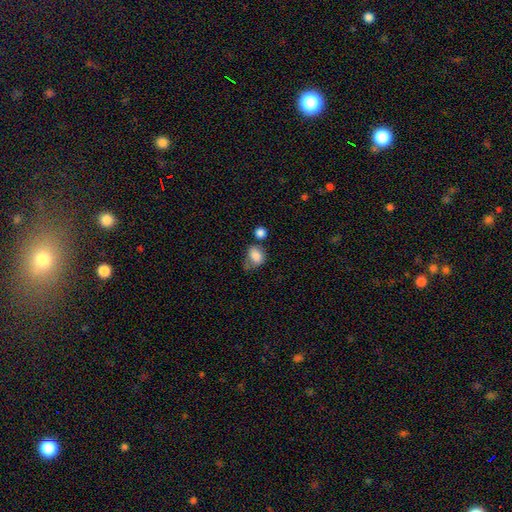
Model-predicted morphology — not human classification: smooth_or_featured: smooth (p=0.80) [alt: featured or disk p=0.11]
how_rounded: in between (p=0.57) [alt: round p=0.42]
merging: none (p=0.39) [alt: minor disturbance p=0.26]